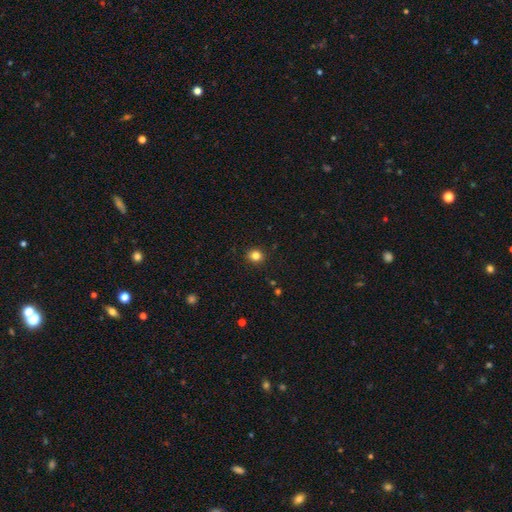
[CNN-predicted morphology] Smooth or featured?
  - smooth: 83% *
  - star or artifact: 12%
  - featured or disk: 5%
How rounded?
  - round: 81% *
  - in between: 18%
  - cigar-shaped: 1%
Merging?
  - none: 91% *
  - minor disturbance: 7%
  - major disturbance: 2%
  - merger: 1%